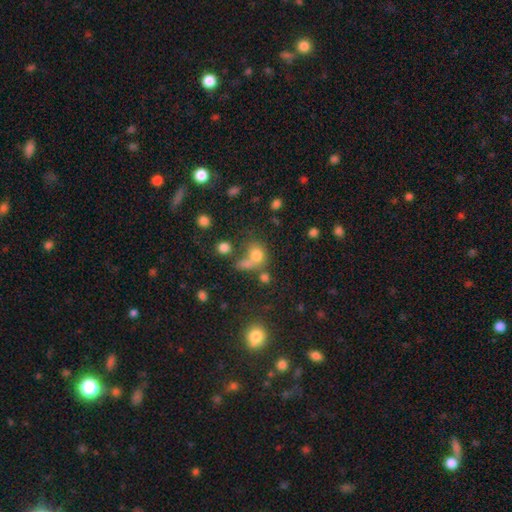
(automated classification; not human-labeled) Morphology: type=smooth (72%); roundness=round (64%); merging=none (42%).